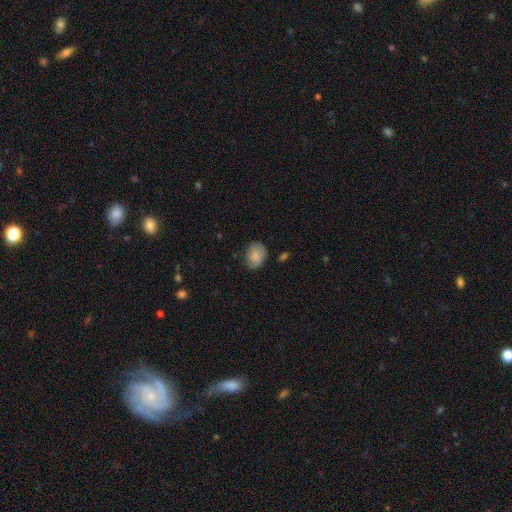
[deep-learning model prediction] smooth-or-featured: smooth: 83% | featured or disk: 9% | star or artifact: 7%
  how-rounded: in between: 63% | round: 36% | cigar-shaped: 1%
  merging: none: 72% | minor disturbance: 21% | major disturbance: 5% | merger: 2%